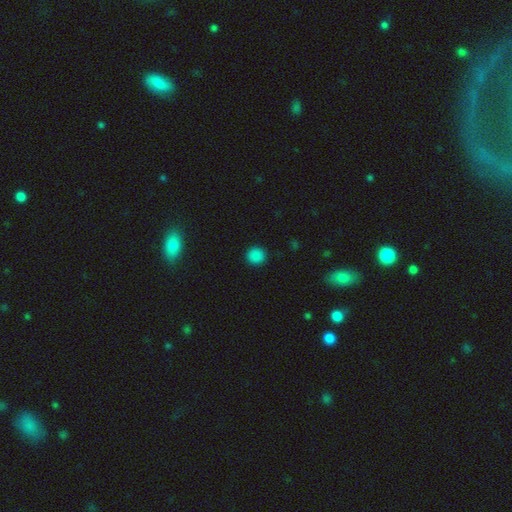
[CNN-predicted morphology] Overall: smooth (85%). How rounded: round (93%). Merging: none (92%).